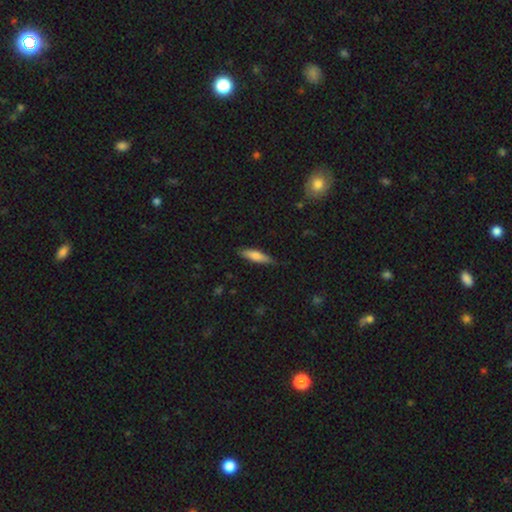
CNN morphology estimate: A smooth galaxy with no disk features (73%) that is cigar-shaped (69%). Merging: none (80%).